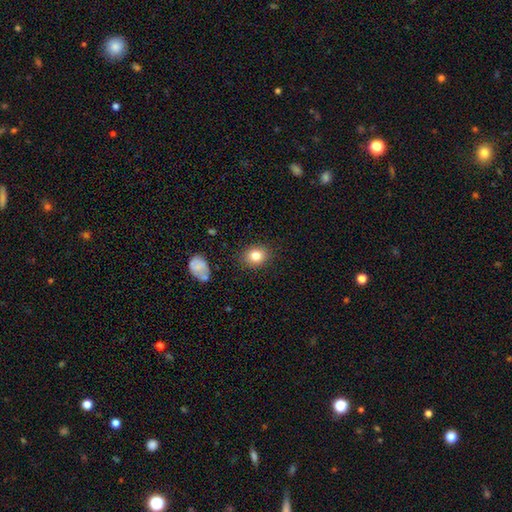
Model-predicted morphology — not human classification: type=smooth (81%); roundness=round (58%); merging=none (86%).